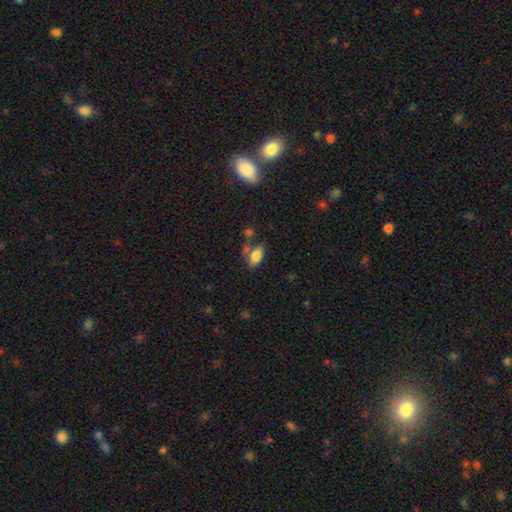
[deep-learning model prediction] Overall: smooth (79%). How rounded: in between (89%). Merging: none (54%; minor disturbance 20%).